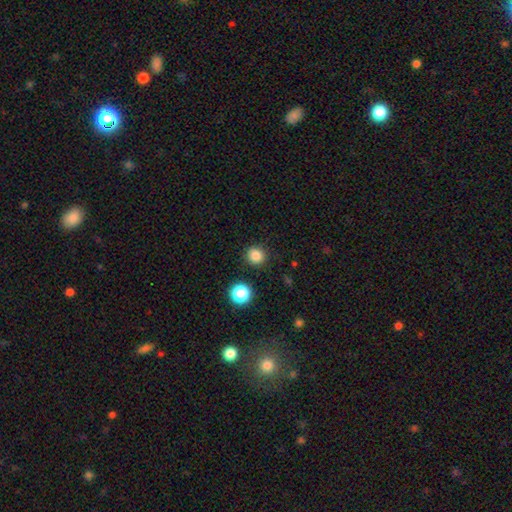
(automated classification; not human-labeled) Smooth or featured: smooth — 84% (star or artifact — 12%)
How rounded: round — 90% (in between — 9%)
Merging: none — 90% (minor disturbance — 6%)